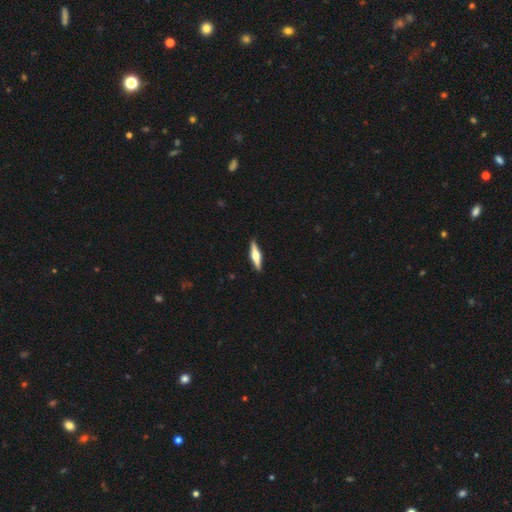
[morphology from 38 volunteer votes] Smooth or featured?
  - featured or disk: 53% *
  - smooth: 42%
  - star or artifact: 5%
Edge-on disk?
  - yes: 100% *
  - no: 0%
Edge-on bulge?
  - rounded: 90% *
  - boxy: 10%
  - none: 0%
Merging?
  - none: 83% *
  - minor disturbance: 14%
  - major disturbance: 3%
  - merger: 0%